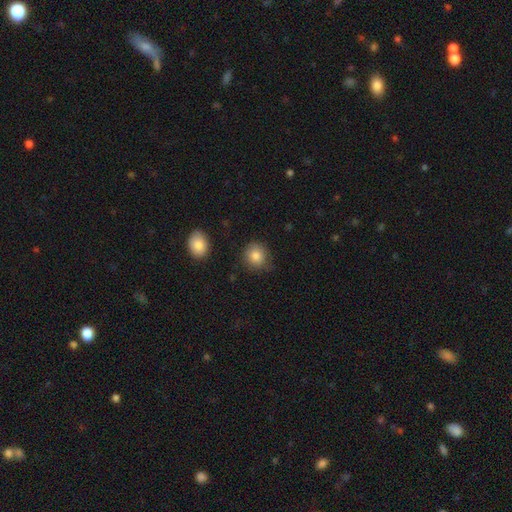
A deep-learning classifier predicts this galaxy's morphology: type=smooth (85%); roundness=round (85%); merging=none (77%).